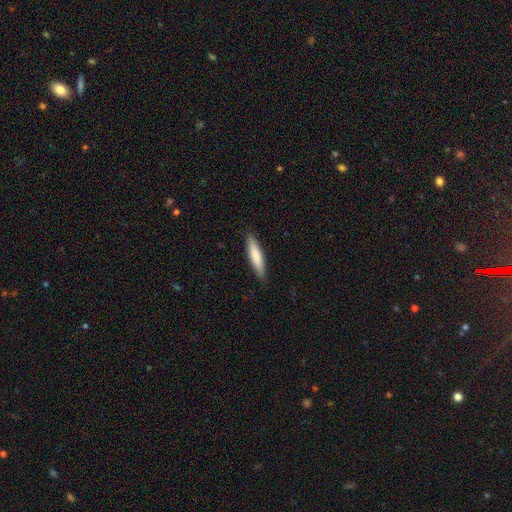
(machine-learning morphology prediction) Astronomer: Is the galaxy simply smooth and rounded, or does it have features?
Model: smooth — 79%.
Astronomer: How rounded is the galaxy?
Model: cigar-shaped — 81%.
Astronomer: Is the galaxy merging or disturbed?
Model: none — 88%.